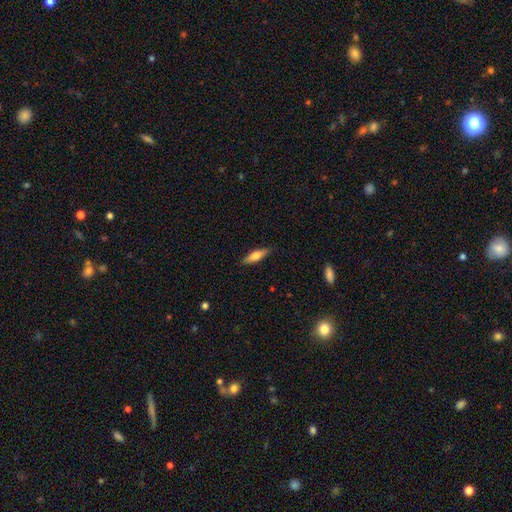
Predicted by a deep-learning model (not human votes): Overall: smooth (64%; featured or disk 30%). How rounded: cigar-shaped (61%; in between 37%). Merging: none (87%).